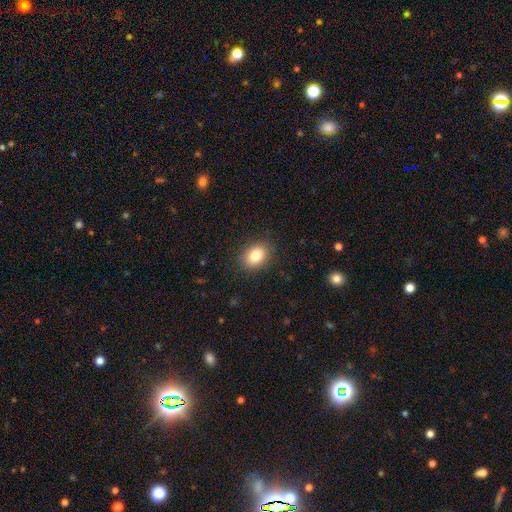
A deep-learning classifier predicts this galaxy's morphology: smooth 83%, star or artifact 9%, featured or disk 7%. Down the decision tree: how rounded — in between (71%); merging — none (87%).